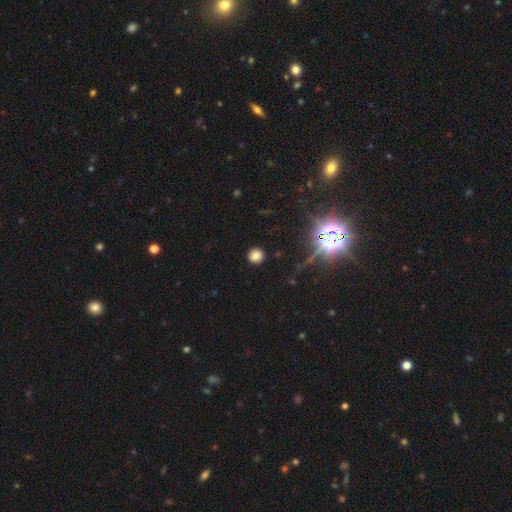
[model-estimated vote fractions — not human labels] Smooth or featured? smooth (76%)
How rounded? round (92%)
Merging? none (90%)